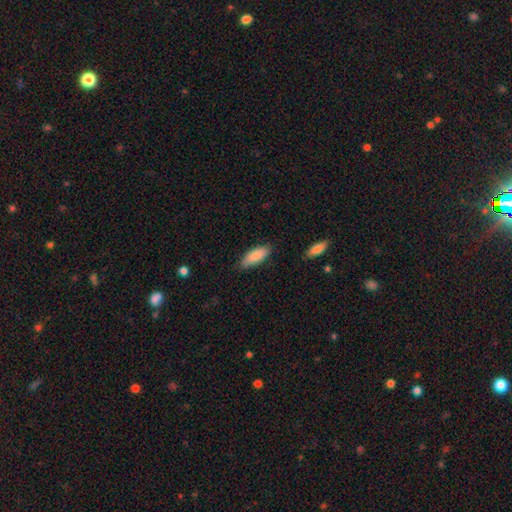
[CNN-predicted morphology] smooth_or_featured: smooth (p=0.86) [alt: featured or disk p=0.08]
how_rounded: in between (p=0.74) [alt: cigar-shaped p=0.25]
merging: none (p=0.77) [alt: minor disturbance p=0.18]